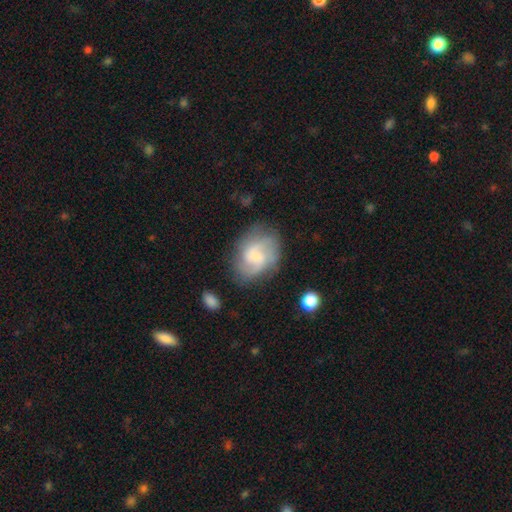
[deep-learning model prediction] featured or disk 74%, smooth 19%, star or artifact 7%. Down the decision tree: edge-on disk — no (98%); bar — no (50%); spiral arms — yes (94%); spiral arm count — 2 (58%); spiral winding — medium (51%); bulge size — small (62%); merging — none (69%).